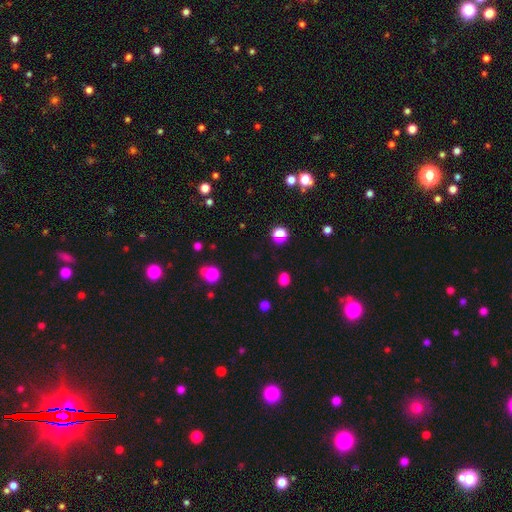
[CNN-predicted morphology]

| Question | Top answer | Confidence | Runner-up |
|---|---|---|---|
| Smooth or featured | smooth | 59% | star or artifact (33%) |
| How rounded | round | 75% | in between (23%) |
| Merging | none | 73% | minor disturbance (12%) |